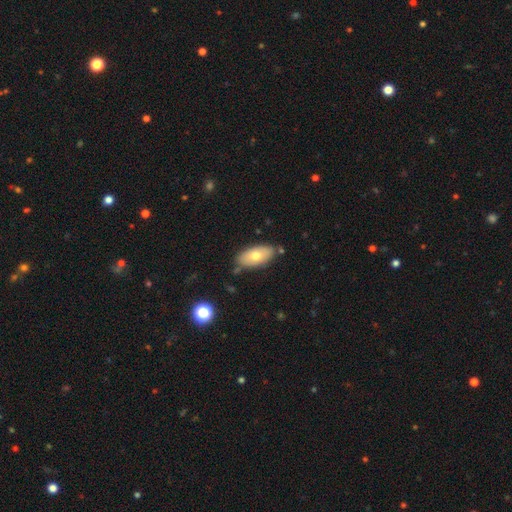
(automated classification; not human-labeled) Smooth or featured: smooth — 68% (featured or disk — 25%)
How rounded: in between — 92% (cigar-shaped — 5%)
Merging: none — 77% (minor disturbance — 16%)